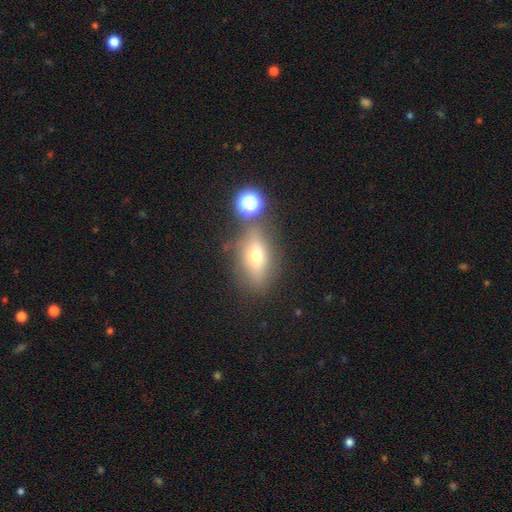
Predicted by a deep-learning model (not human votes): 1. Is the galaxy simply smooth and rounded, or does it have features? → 56% smooth, 30% featured or disk, 14% star or artifact.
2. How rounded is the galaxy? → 71% in between, 15% round, 14% cigar-shaped.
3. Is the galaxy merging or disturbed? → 68% none, 15% minor disturbance, 10% merger, 7% major disturbance.